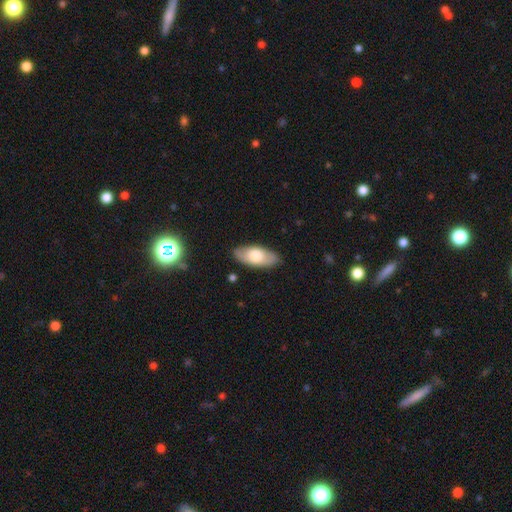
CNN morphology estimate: smooth-or-featured: smooth: 67% | featured or disk: 28% | star or artifact: 6%
  how-rounded: in between: 88% | cigar-shaped: 9% | round: 2%
  merging: none: 86% | minor disturbance: 11% | major disturbance: 2% | merger: 1%